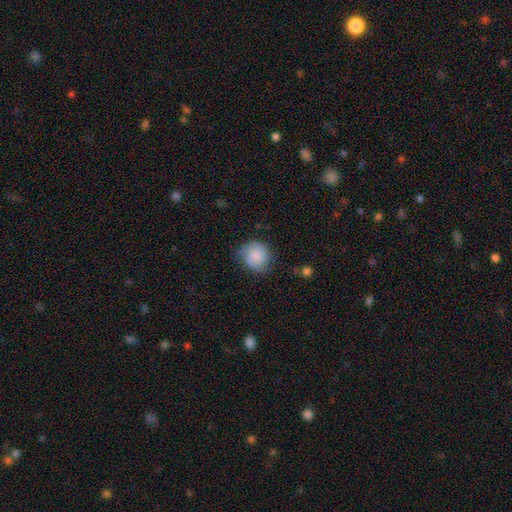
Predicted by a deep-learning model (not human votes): smooth 83%, featured or disk 10%, star or artifact 7%. Down the decision tree: how rounded — round (85%); merging — none (61%).